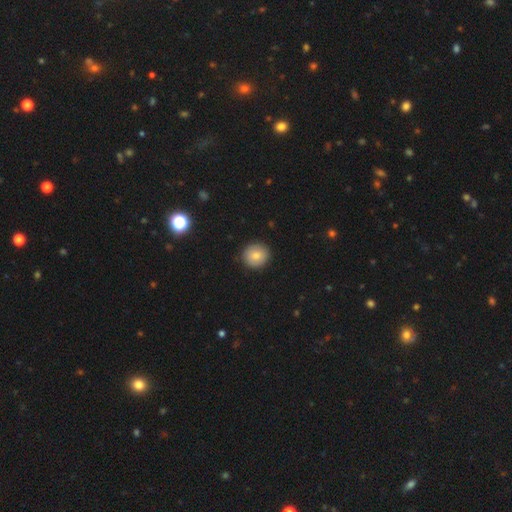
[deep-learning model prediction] Smooth or featured? Predicted: smooth (p=0.81). How rounded? Predicted: round (p=0.91). Merging? Predicted: none (p=0.91).